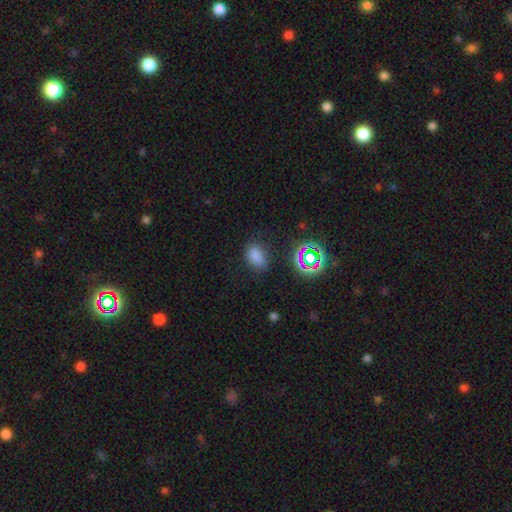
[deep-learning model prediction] smooth 74%, star or artifact 20%, featured or disk 6%. Down the decision tree: how rounded — in between (82%); merging — none (77%).